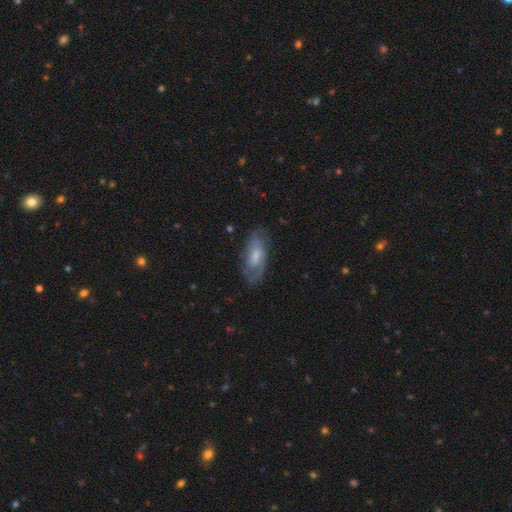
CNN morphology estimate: type=featured or disk (60%); edge-on=no (89%); bar=no (45%, tied with weak); spiral arms=yes (81%); bulge=moderate (40%); merging=none (70%).